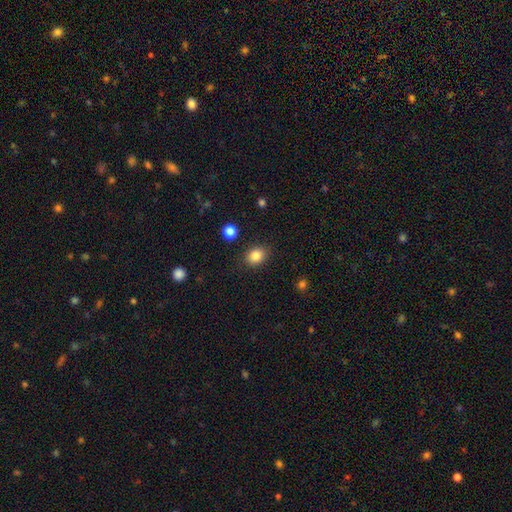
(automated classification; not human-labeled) Smooth or featured? smooth (85%)
How rounded? in between (54%)
Merging? none (88%)